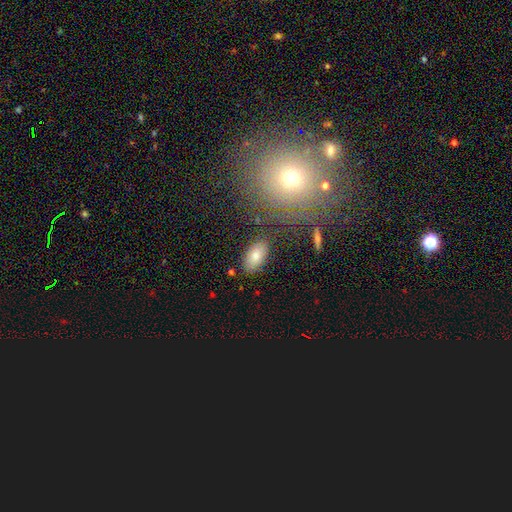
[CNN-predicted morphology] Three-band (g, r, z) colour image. It shows a smooth galaxy with no disk features (79%) that is in between round and cigar-shaped (94%). Merging: none (82%).